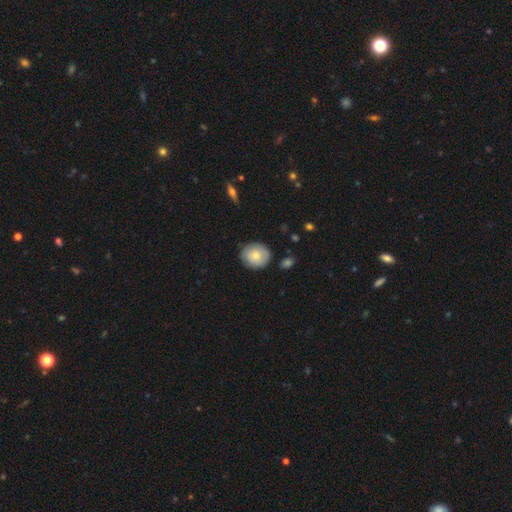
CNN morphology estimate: Smooth or featured? Predicted: smooth (p=0.74). How rounded? Predicted: round (p=0.79). Merging? Predicted: none (p=0.81).